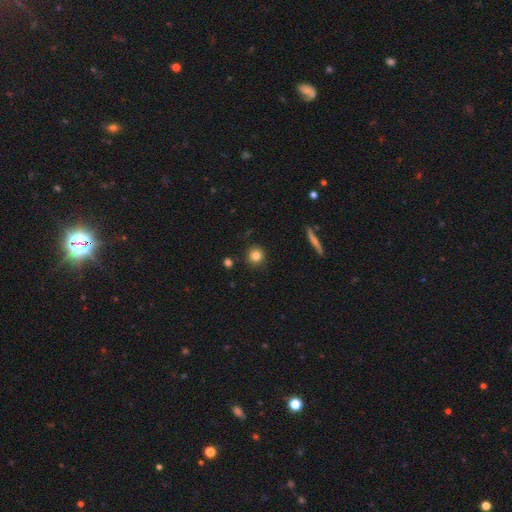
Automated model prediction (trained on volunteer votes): Overall: smooth (83%). How rounded: round (93%). Merging: none (89%).